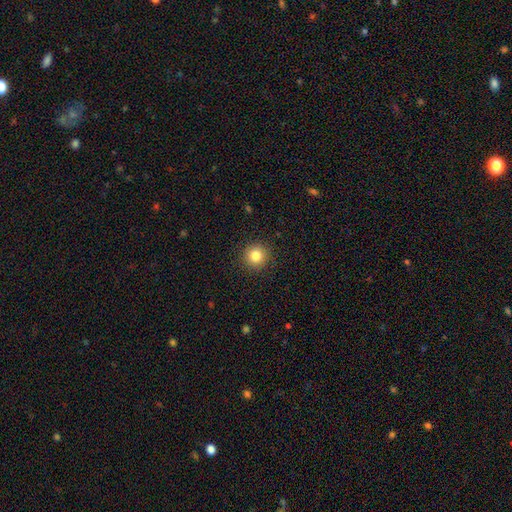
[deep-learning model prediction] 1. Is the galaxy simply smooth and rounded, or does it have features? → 84% smooth, 11% star or artifact, 6% featured or disk.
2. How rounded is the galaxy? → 94% round, 5% in between, 1% cigar-shaped.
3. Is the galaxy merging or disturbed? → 91% none, 6% minor disturbance, 2% major disturbance, 1% merger.